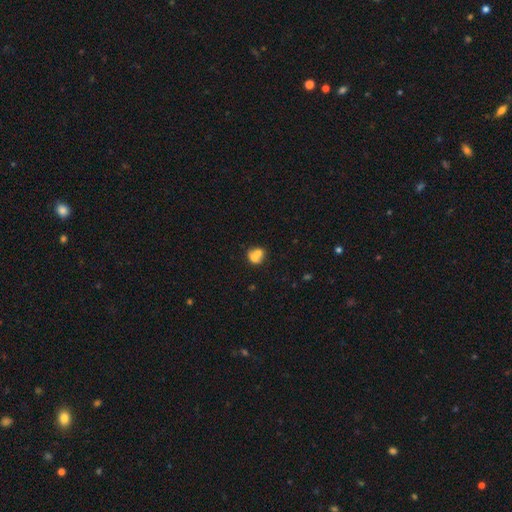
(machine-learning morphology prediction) Overall: smooth (66%). How rounded: round (61%; in between 38%). Merging: merger (64%).